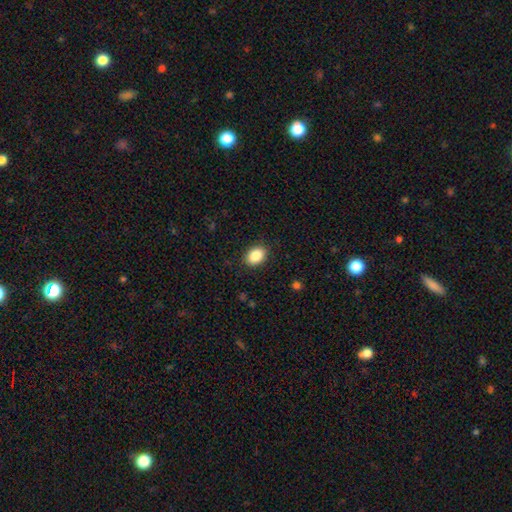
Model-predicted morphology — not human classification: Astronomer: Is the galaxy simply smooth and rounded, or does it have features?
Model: smooth — 87%.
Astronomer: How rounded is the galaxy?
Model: in between — 81%.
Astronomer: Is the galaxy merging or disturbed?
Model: none — 89%.